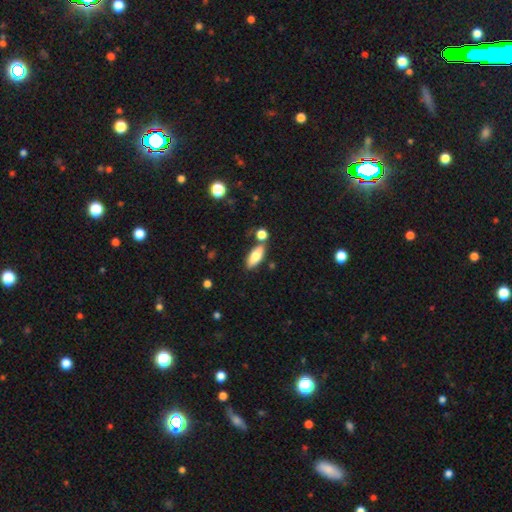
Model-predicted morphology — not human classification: Overall: smooth (76%). How rounded: in between (80%). Merging: none (68%).